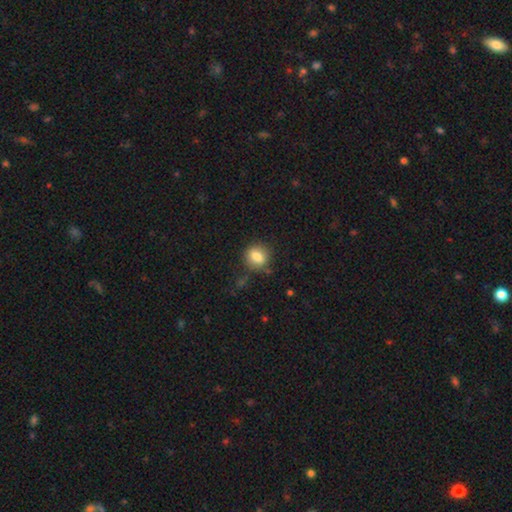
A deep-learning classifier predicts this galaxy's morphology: smooth_or_featured: smooth (p=0.81) [alt: star or artifact p=0.10]
how_rounded: round (p=0.74) [alt: in between p=0.24]
merging: none (p=0.82) [alt: minor disturbance p=0.12]